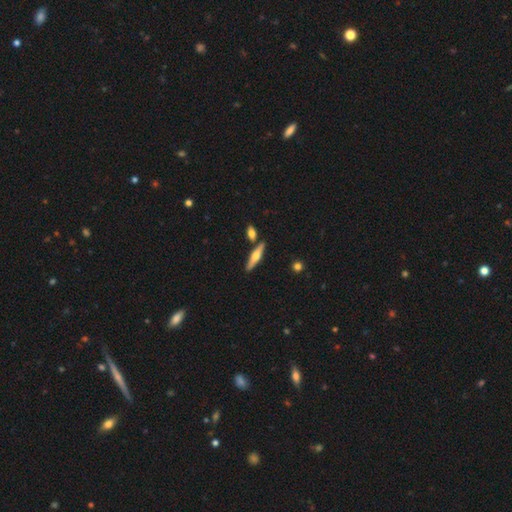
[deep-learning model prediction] smooth_or_featured: featured or disk (p=0.59) [alt: smooth p=0.35]
disk_edge_on: yes (p=0.96) [alt: no p=0.04]
edge_on_bulge: rounded (p=0.91) [alt: boxy p=0.05]
merging: none (p=0.81) [alt: merger p=0.09]